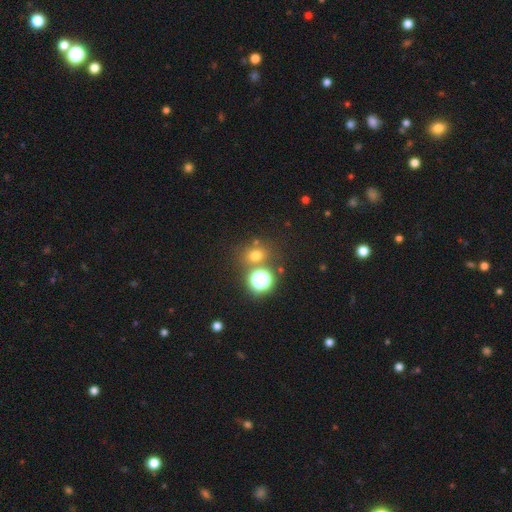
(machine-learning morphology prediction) Smooth or featured? Predicted: smooth (p=0.65). How rounded? Predicted: round (p=0.72). Merging? Predicted: none (p=0.73).